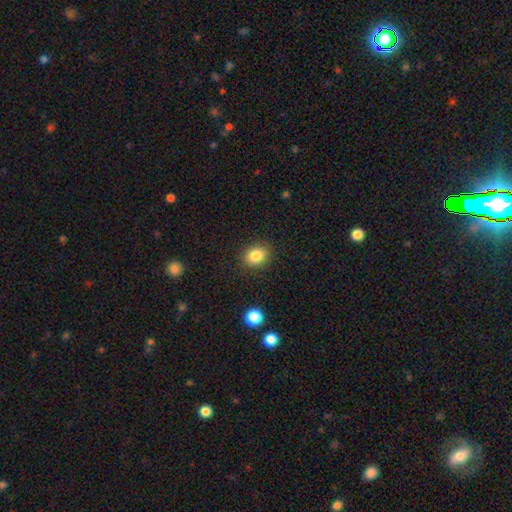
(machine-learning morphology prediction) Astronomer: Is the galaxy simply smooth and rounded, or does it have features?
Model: smooth — 84%.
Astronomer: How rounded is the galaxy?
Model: round — 53% (runner-up: in between, 46%).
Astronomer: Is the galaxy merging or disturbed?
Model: none — 87%.